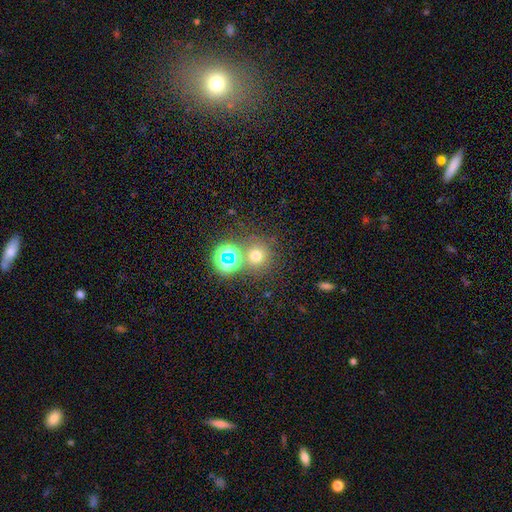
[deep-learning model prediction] Smooth or featured? Predicted: smooth (p=0.62). How rounded? Predicted: round (p=0.91). Merging? Predicted: none (p=0.71).